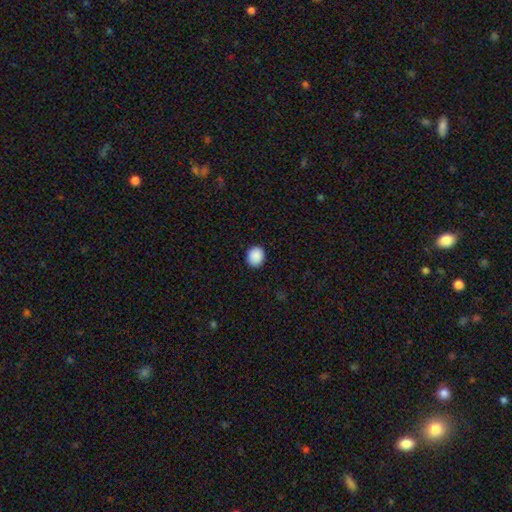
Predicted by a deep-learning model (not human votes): Smooth or featured: smooth — 90% (star or artifact — 8%)
How rounded: round — 73% (in between — 26%)
Merging: none — 91% (minor disturbance — 7%)